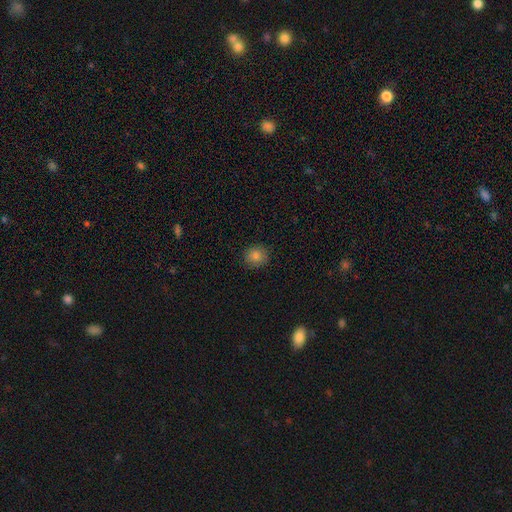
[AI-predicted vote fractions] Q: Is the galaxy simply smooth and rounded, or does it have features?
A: smooth — 81%.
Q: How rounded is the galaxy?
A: round — 82%.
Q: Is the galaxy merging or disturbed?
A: none — 88%.